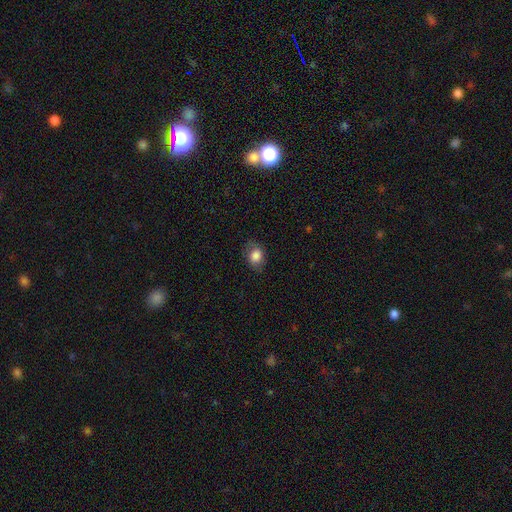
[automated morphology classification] Overall: smooth (81%). How rounded: in between (56%; round 43%). Merging: none (73%).